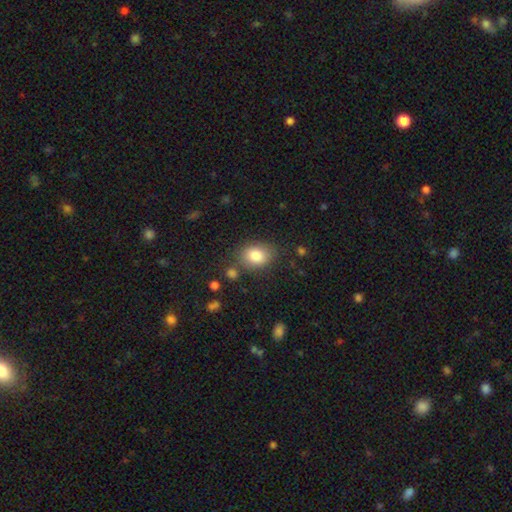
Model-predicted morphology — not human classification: This appears to be a smooth galaxy with no disk features (84%) that is in between round and cigar-shaped (64%). Merging: none (75%).